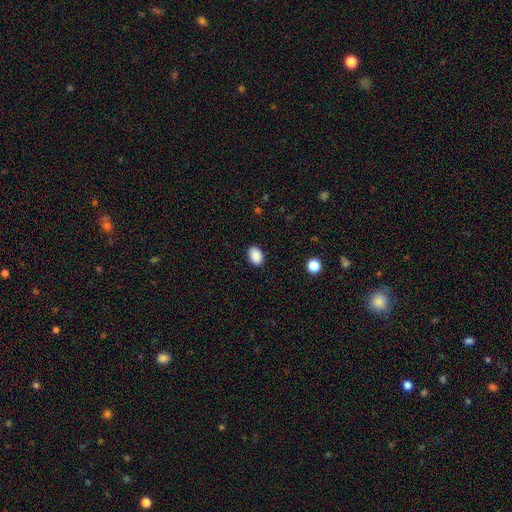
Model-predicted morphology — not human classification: Q: Smooth or featured?
A: smooth (89%); runner-up: star or artifact (8%)
Q: How rounded?
A: in between (81%); runner-up: round (18%)
Q: Merging?
A: none (89%); runner-up: minor disturbance (8%)